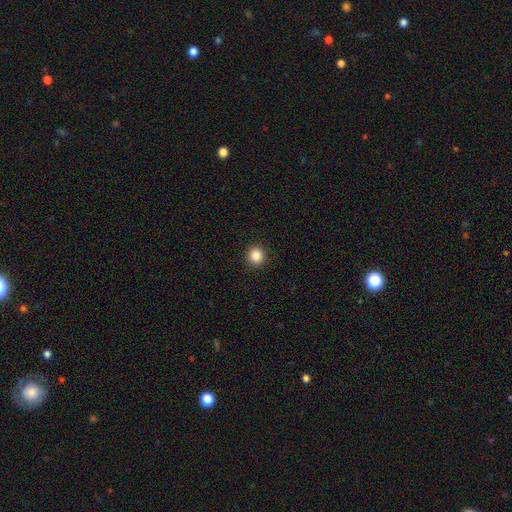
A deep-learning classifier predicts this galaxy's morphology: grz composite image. It shows a smooth galaxy with no disk features (88%) that is round (91%). Merging: none (92%).